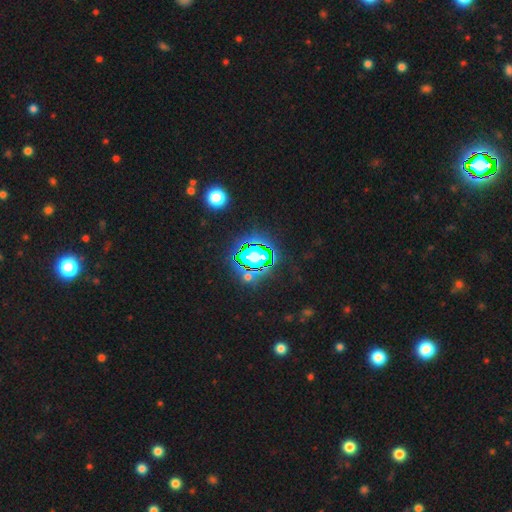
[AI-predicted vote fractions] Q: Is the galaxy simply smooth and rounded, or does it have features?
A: star or artifact — 80%.